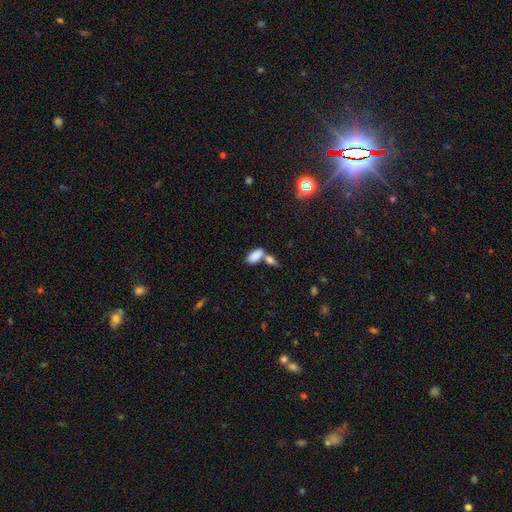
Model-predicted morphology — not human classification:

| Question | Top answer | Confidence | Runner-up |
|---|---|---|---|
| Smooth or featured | smooth | 84% | star or artifact (8%) |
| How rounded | in between | 90% | cigar-shaped (7%) |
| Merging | merger | 49% | none (36%) |